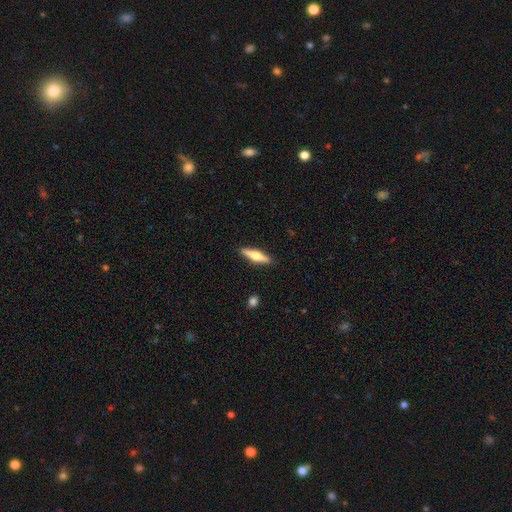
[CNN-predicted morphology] The model was most divided on "smooth or featured": featured or disk: 54%, smooth: 40%, star or artifact: 6%. More confident: edge-on disk — yes (96%); edge-on bulge — rounded (93%); merging — none (90%).